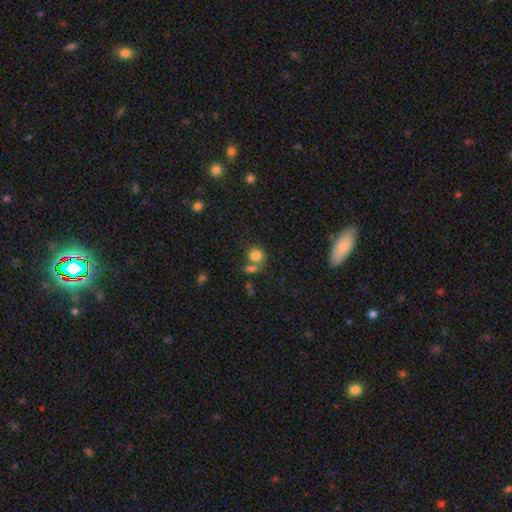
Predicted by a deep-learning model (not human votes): Smooth or featured? Predicted: smooth (p=0.80). How rounded? Predicted: round (p=0.75). Merging? Predicted: none (p=0.48).